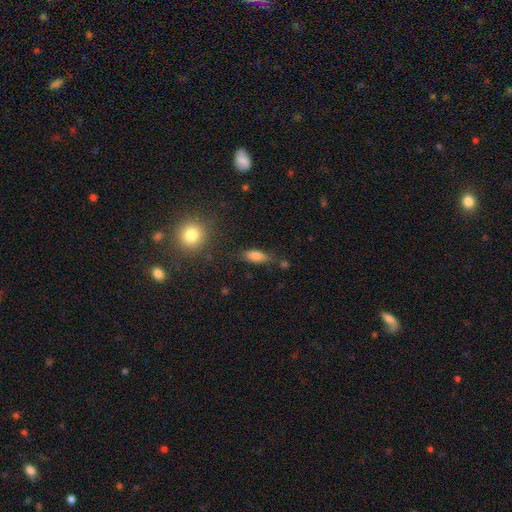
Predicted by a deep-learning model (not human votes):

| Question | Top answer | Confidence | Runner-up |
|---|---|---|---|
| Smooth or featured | smooth | 77% | featured or disk (14%) |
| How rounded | in between | 72% | cigar-shaped (24%) |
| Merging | none | 65% | minor disturbance (23%) |